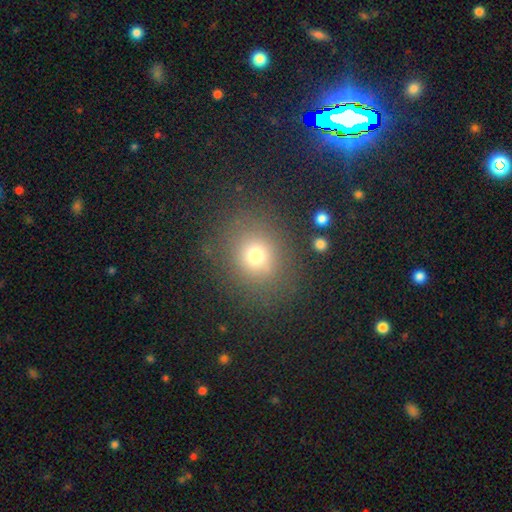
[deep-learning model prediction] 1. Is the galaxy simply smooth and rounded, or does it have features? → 72% smooth, 17% star or artifact, 11% featured or disk.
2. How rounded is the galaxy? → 69% round, 30% in between, 1% cigar-shaped.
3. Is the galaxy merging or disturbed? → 81% none, 11% minor disturbance, 6% major disturbance, 2% merger.